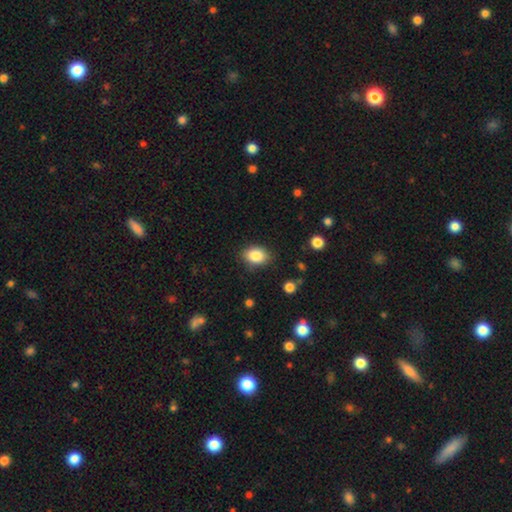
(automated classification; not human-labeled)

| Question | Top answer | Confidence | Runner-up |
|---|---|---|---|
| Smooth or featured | smooth | 86% | star or artifact (9%) |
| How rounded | in between | 72% | round (27%) |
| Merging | none | 85% | minor disturbance (11%) |